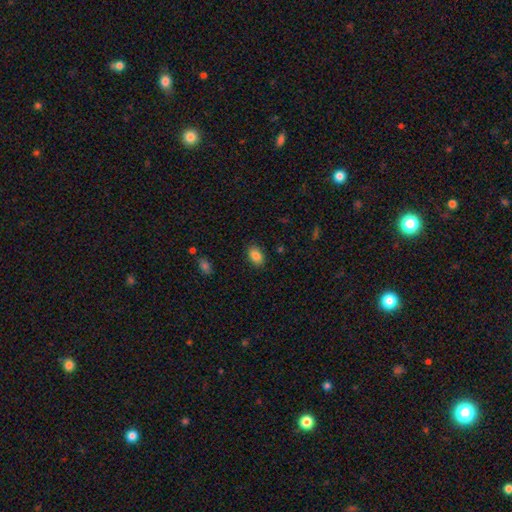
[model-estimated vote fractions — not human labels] Smooth or featured? smooth (86%)
How rounded? in between (87%)
Merging? none (87%)